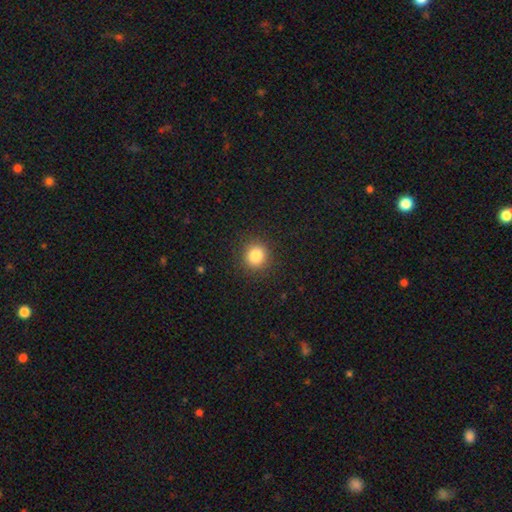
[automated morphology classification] Overall: smooth (83%). How rounded: round (91%). Merging: none (91%).